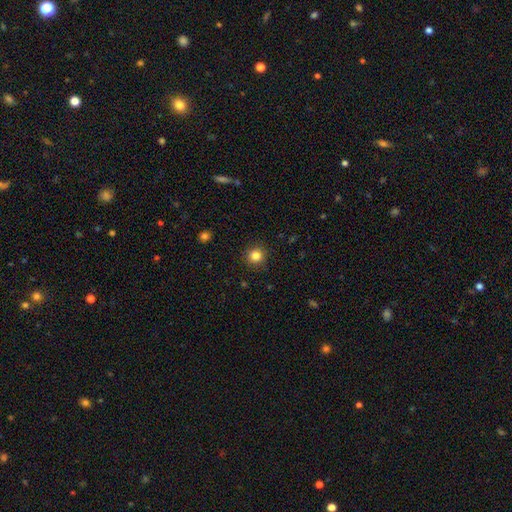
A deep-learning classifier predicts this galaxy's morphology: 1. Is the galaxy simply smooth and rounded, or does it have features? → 83% smooth, 12% star or artifact, 5% featured or disk.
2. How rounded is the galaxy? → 93% round, 6% in between, 1% cigar-shaped.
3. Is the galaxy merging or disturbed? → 91% none, 6% minor disturbance, 2% major disturbance, 1% merger.